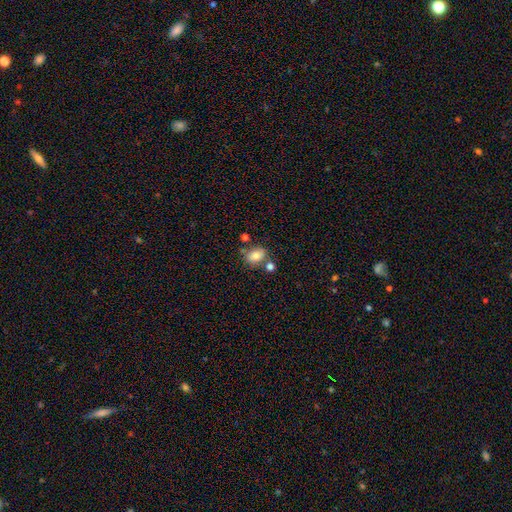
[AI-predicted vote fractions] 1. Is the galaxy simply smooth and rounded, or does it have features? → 80% smooth, 10% featured or disk, 10% star or artifact.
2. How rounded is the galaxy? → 72% in between, 27% round, 2% cigar-shaped.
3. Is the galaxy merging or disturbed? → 60% none, 19% merger, 16% minor disturbance, 5% major disturbance.